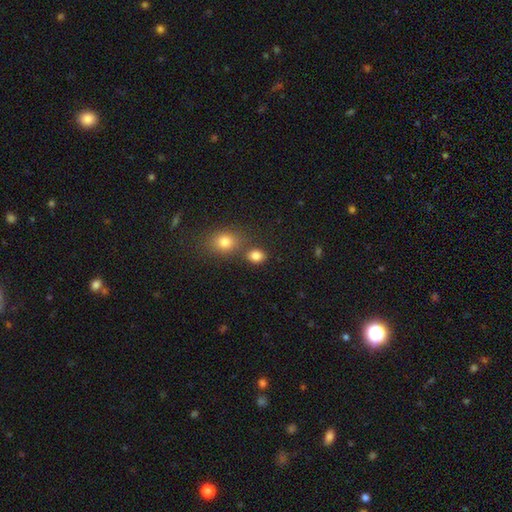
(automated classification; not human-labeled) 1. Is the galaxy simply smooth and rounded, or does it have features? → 83% smooth, 11% star or artifact, 5% featured or disk.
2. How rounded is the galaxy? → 51% round, 48% in between, 1% cigar-shaped.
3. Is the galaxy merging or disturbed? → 68% none, 17% merger, 11% minor disturbance, 4% major disturbance.